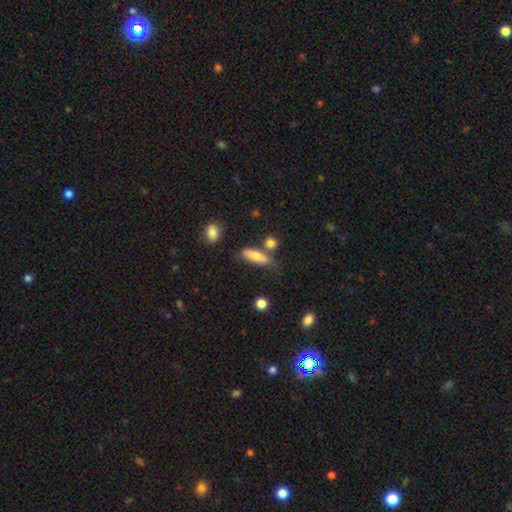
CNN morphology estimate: smooth 75%, featured or disk 17%, star or artifact 8%. Down the decision tree: how rounded — cigar-shaped (58%); merging — none (60%).